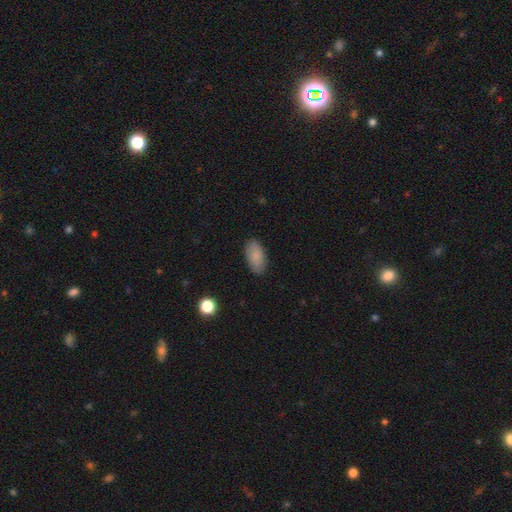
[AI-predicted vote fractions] Smooth or featured? smooth (85%)
How rounded? in between (94%)
Merging? none (86%)